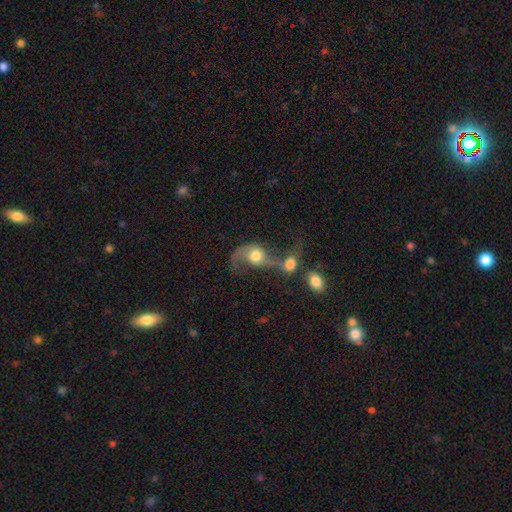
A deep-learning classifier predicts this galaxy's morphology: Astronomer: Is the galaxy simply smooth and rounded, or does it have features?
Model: featured or disk — 57% (runner-up: smooth, 34%).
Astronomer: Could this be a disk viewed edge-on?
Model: no — 95%.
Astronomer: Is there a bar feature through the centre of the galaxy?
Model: no — 75%.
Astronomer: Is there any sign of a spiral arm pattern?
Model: yes — 78%.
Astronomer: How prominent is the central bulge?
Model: moderate — 54% (runner-up: large, 32%).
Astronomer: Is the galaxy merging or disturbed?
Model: merger — 59%.